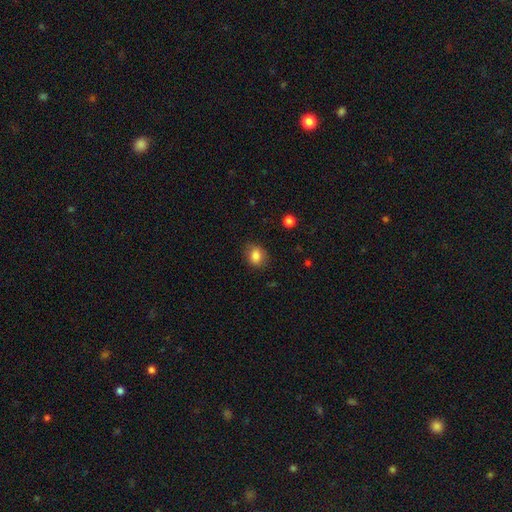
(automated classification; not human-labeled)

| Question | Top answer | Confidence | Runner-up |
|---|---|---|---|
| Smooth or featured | smooth | 83% | star or artifact (9%) |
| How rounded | in between | 50% | round (49%) |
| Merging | none | 81% | minor disturbance (14%) |